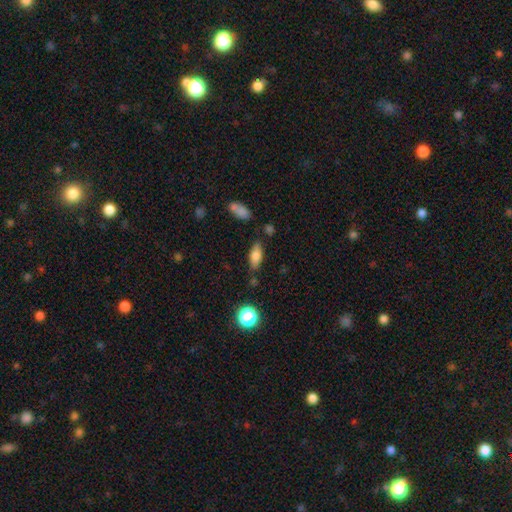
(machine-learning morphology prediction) A smooth galaxy with no disk features (75%) that is in between round and cigar-shaped (80%).

Vote fractions:
- Smooth or featured? smooth: 75% / featured or disk: 16% / star or artifact: 9%
- How rounded? in between: 80% / cigar-shaped: 16% / round: 4%
- Merging? none: 77% / minor disturbance: 14% / merger: 5% / major disturbance: 4%